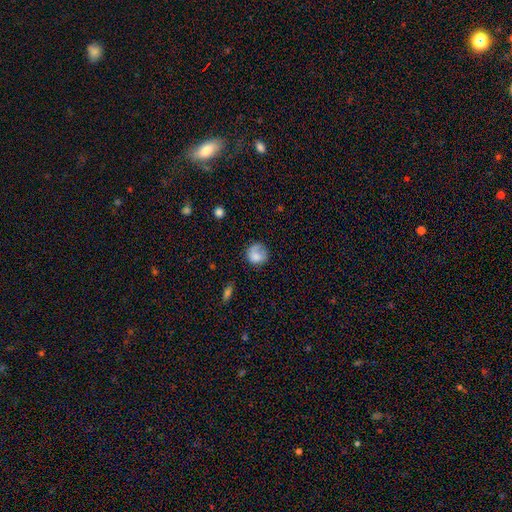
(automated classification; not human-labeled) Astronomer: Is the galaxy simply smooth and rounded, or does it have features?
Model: smooth — 79%.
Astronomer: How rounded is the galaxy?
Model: round — 84%.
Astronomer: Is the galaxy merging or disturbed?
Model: none — 61%.